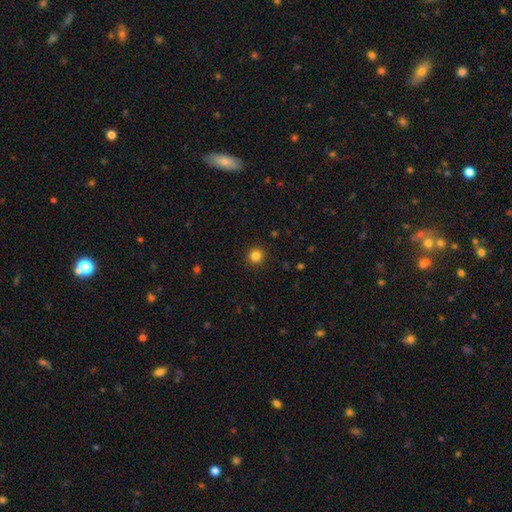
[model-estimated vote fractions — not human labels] Smooth or featured?
  - smooth: 84% *
  - star or artifact: 12%
  - featured or disk: 4%
How rounded?
  - round: 93% *
  - in between: 6%
  - cigar-shaped: 1%
Merging?
  - none: 92% *
  - minor disturbance: 5%
  - major disturbance: 2%
  - merger: 1%